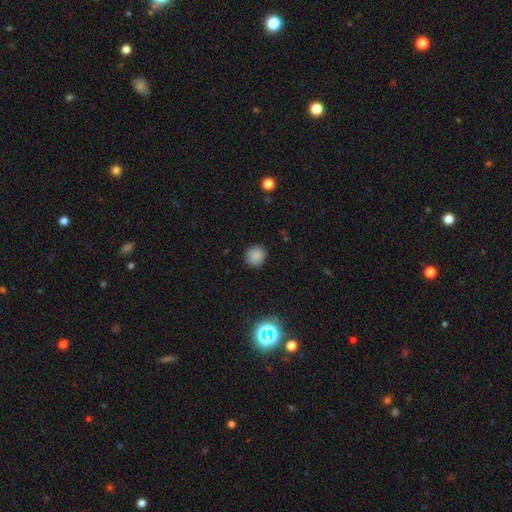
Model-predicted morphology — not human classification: smooth_or_featured: smooth (p=0.83) [alt: star or artifact p=0.13]
how_rounded: round (p=0.90) [alt: in between p=0.09]
merging: none (p=0.88) [alt: minor disturbance p=0.09]